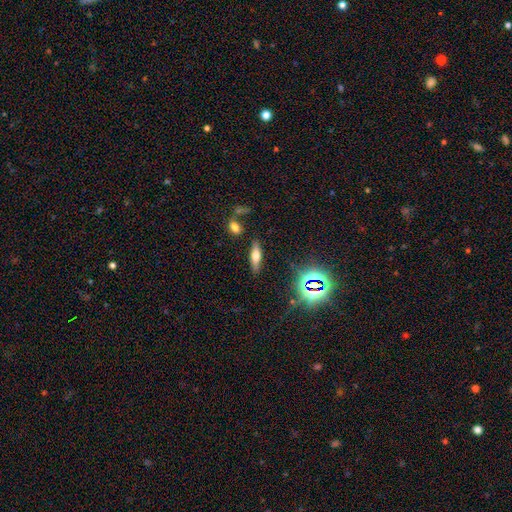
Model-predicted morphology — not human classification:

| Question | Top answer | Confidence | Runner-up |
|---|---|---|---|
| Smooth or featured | smooth | 46% | featured or disk (38%) |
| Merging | none | 83% | minor disturbance (11%) |